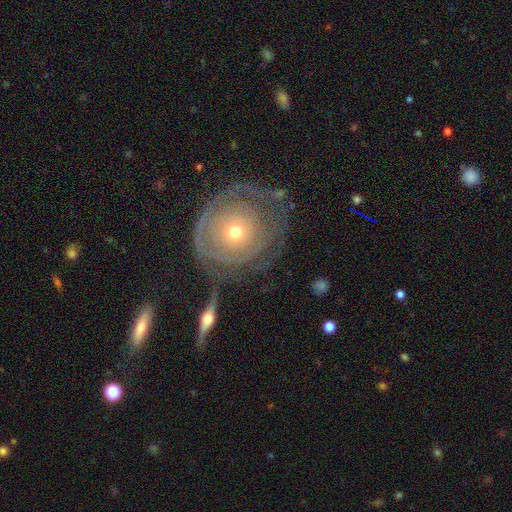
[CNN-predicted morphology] Smooth or featured: featured or disk — 74% (smooth — 19%)
Edge-on disk: no — 95% (yes — 5%)
Bar: no — 88% (weak — 9%)
Spiral arms: yes — 70% (no — 30%)
Bulge size: small — 52% (moderate — 44%)
Merging: none — 66% (minor disturbance — 17%)